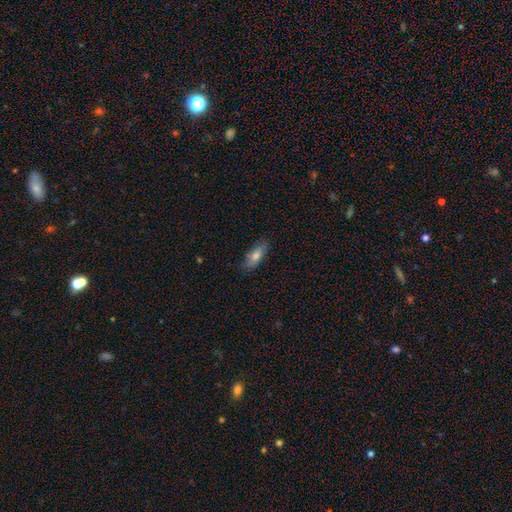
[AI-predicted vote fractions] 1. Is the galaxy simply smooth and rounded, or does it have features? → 68% smooth, 24% featured or disk, 8% star or artifact.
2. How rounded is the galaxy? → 64% in between, 33% cigar-shaped, 3% round.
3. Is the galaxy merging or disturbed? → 79% none, 17% minor disturbance, 3% major disturbance, 1% merger.